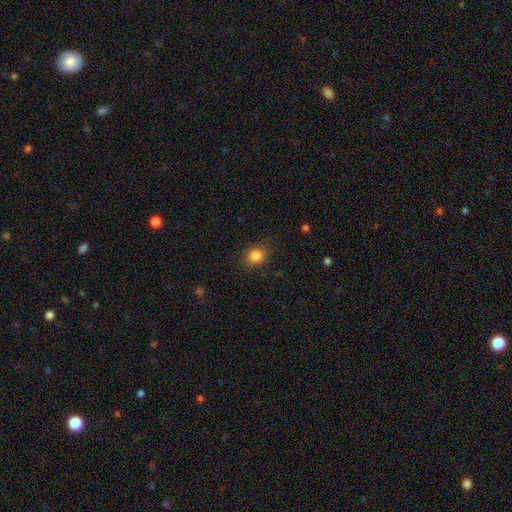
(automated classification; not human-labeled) Q: Smooth or featured?
A: smooth (85%); runner-up: star or artifact (10%)
Q: How rounded?
A: round (57%); runner-up: in between (42%)
Q: Merging?
A: none (86%); runner-up: minor disturbance (10%)